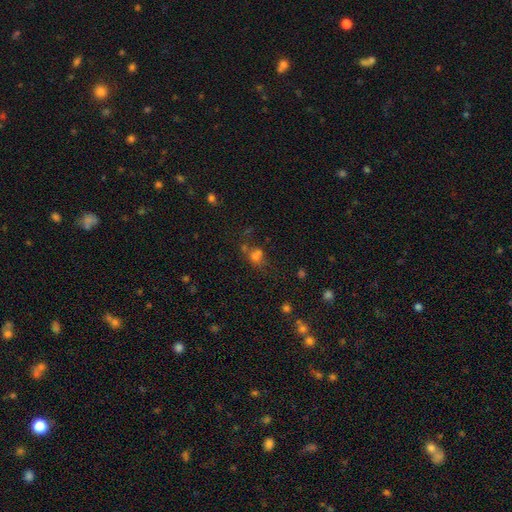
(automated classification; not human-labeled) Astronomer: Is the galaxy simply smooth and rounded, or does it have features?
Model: smooth — 58%.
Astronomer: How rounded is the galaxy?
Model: round — 65%.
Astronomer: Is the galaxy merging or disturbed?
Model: none — 41% (runner-up: merger, 38%).